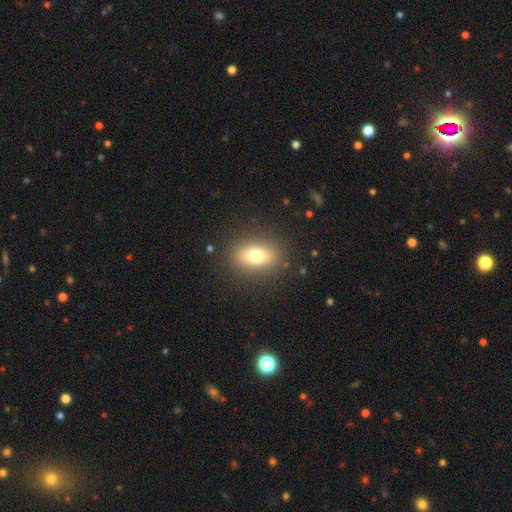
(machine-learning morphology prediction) This appears to be a smooth galaxy with no disk features (70%) that is in between round and cigar-shaped (73%). Merging: none (87%).